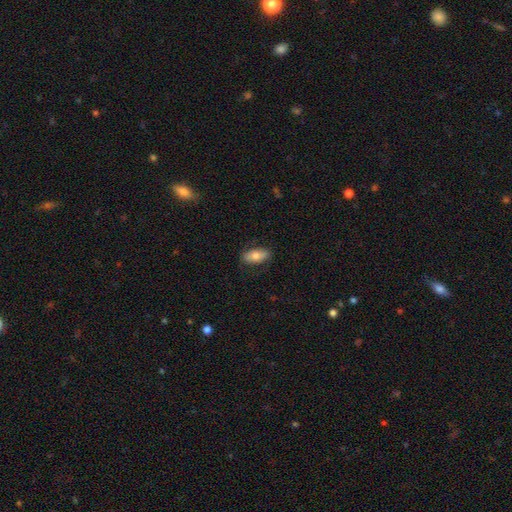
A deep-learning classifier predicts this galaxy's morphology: A smooth galaxy with no disk features (74%) that is in between round and cigar-shaped (87%). Merging: none (84%).